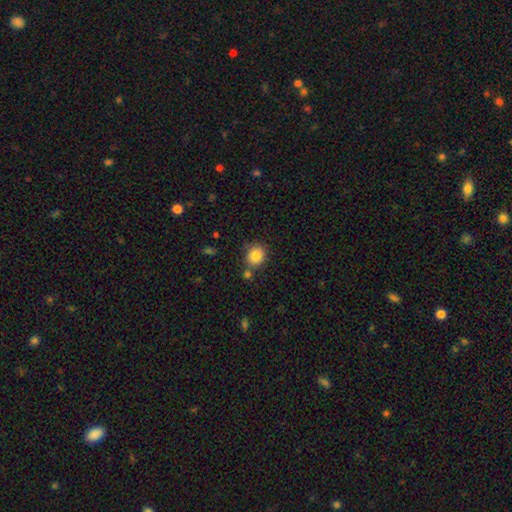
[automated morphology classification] smooth 84%, star or artifact 10%, featured or disk 6%. Down the decision tree: how rounded — round (76%); merging — none (73%).